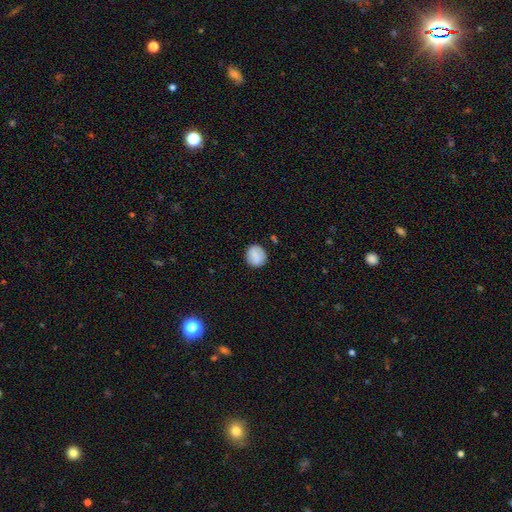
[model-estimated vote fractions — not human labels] Morphology: type=smooth (82%); roundness=round (88%); merging=none (88%).